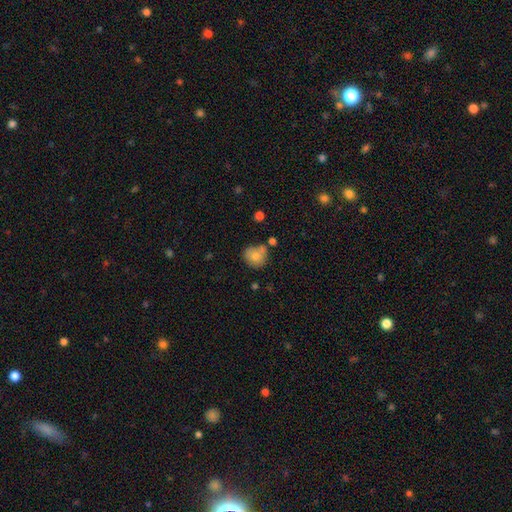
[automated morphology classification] smooth-or-featured: smooth: 75% | featured or disk: 16% | star or artifact: 9%
  how-rounded: round: 83% | in between: 16% | cigar-shaped: 1%
  merging: none: 58% | minor disturbance: 20% | merger: 16% | major disturbance: 5%